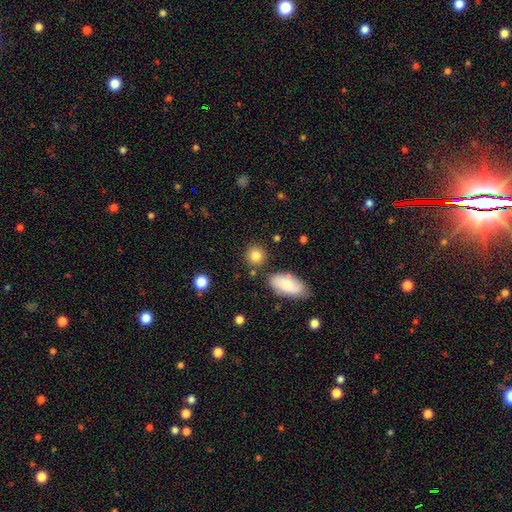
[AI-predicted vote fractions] smooth-or-featured: smooth: 83% | star or artifact: 9% | featured or disk: 7%
  how-rounded: round: 84% | in between: 14% | cigar-shaped: 2%
  merging: none: 81% | minor disturbance: 9% | merger: 7% | major disturbance: 3%